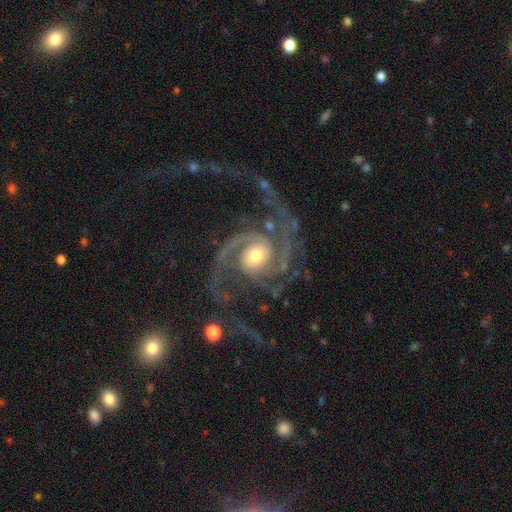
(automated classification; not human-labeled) The model was most divided on "spiral winding": medium: 50%, tight: 33%, loose: 17%. Remaining: spiral arms — yes (98%); edge-on disk — no (98%); smooth or featured — featured or disk (93%); bar — no (66%); bulge size — moderate (66%); merging — none (56%); spiral arm count — 2 (46%).